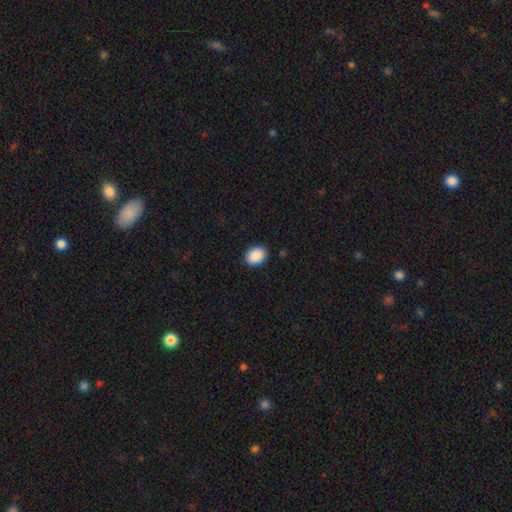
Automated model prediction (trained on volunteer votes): smooth_or_featured: smooth (p=0.90) [alt: star or artifact p=0.07]
how_rounded: in between (p=0.59) [alt: round p=0.40]
merging: none (p=0.90) [alt: minor disturbance p=0.07]